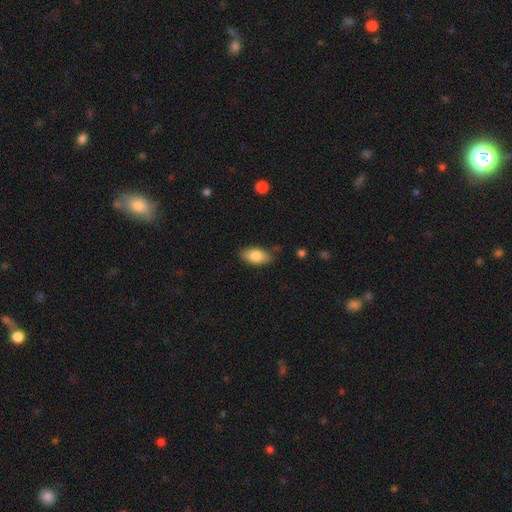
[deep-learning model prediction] This appears to be a smooth galaxy with no disk features (82%) that is in between round and cigar-shaped (91%). Merging: none (82%).